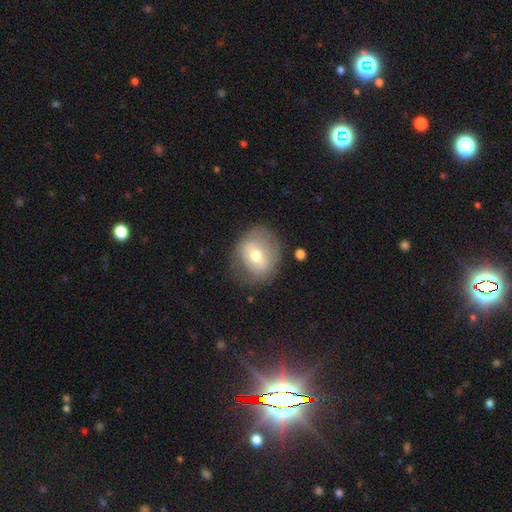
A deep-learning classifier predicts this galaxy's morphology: smooth 48%, featured or disk 44%, star or artifact 8%. Down the decision tree: merging — none (68%).